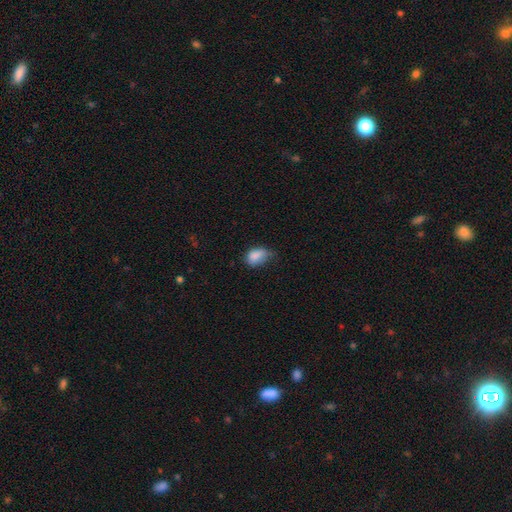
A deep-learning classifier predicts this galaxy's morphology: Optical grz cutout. It shows a smooth galaxy with no disk features (85%) that is in between round and cigar-shaped (80%). Merging: minor disturbance (44%).